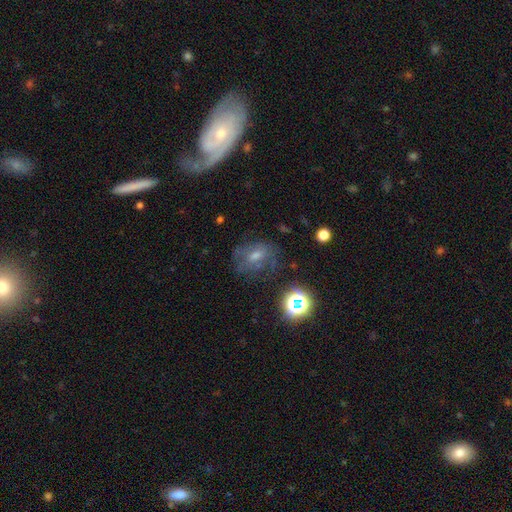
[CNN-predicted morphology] This is marginally a featured or disk galaxy (43%). Merging: likely none (62%).